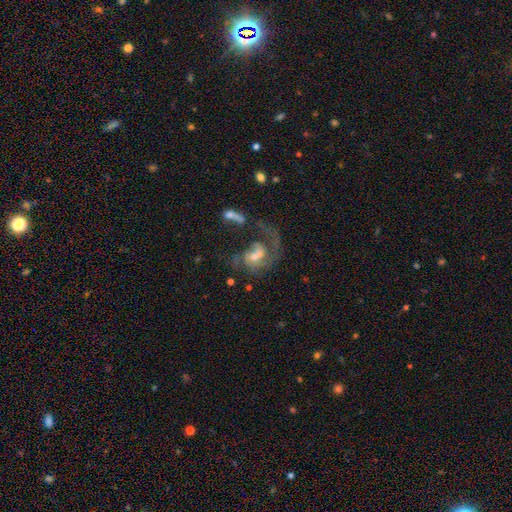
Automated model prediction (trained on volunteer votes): smooth_or_featured: featured or disk (p=0.67) [alt: smooth p=0.23]
disk_edge_on: no (p=0.97) [alt: yes p=0.03]
bar: no (p=0.67) [alt: weak p=0.27]
has_spiral_arms: yes (p=0.75) [alt: no p=0.25]
bulge_size: moderate (p=0.49) [alt: small p=0.35]
merging: major disturbance (p=0.36) [alt: merger p=0.35]